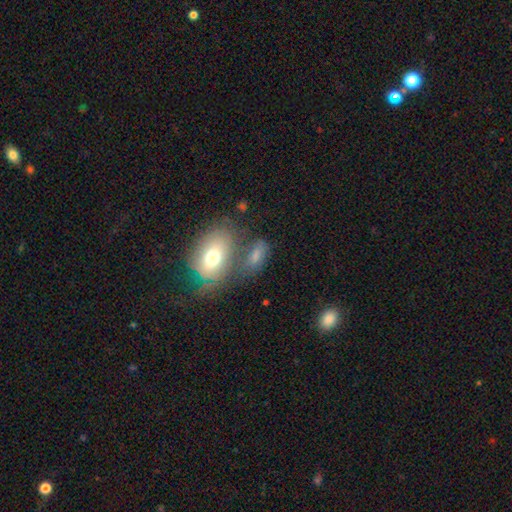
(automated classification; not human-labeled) Overall: smooth (66%). How rounded: in between (85%). Merging: none (43%; merger 29%).